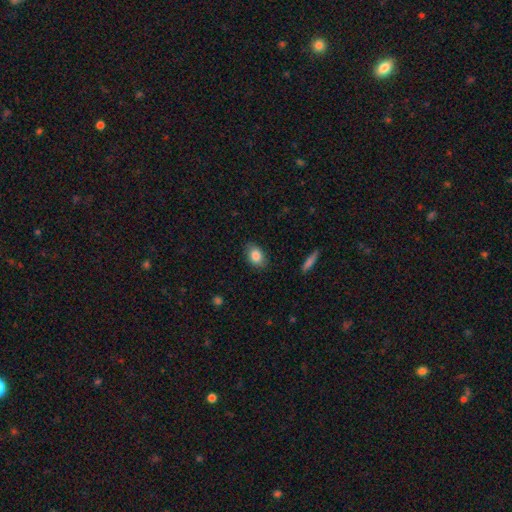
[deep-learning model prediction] This is clearly a smooth galaxy (84%). How rounded: clearly in between (82%). Merging: clearly none (84%).